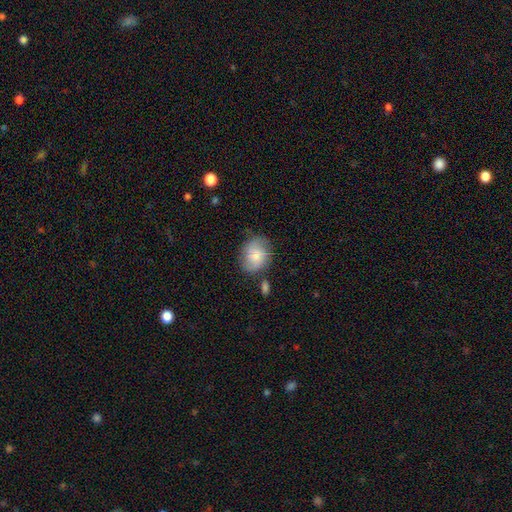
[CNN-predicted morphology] This is likely a smooth galaxy (63%). How rounded: possibly round (54%). Merging: likely none (65%).